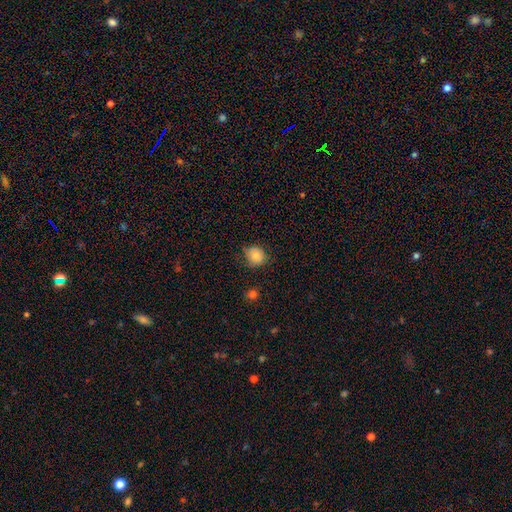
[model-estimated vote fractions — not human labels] Morphology: type=smooth (83%); roundness=round (85%); merging=none (74%).